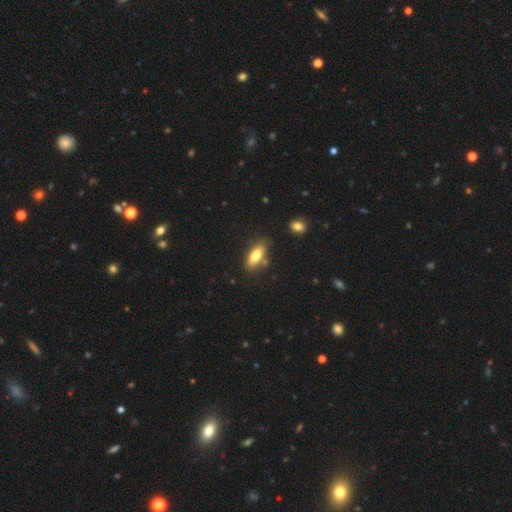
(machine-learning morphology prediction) Smooth or featured? Predicted: smooth (p=0.76). How rounded? Predicted: in between (p=0.78). Merging? Predicted: none (p=0.74).